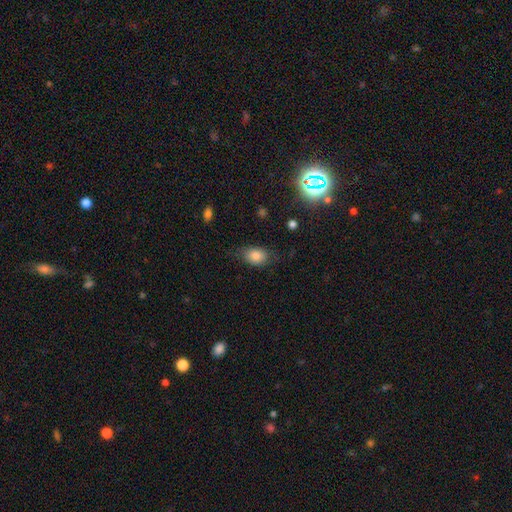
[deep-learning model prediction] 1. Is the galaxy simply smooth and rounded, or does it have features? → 80% smooth, 11% featured or disk, 9% star or artifact.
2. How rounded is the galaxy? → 77% in between, 21% round, 2% cigar-shaped.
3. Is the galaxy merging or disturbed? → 68% none, 23% minor disturbance, 7% major disturbance, 2% merger.